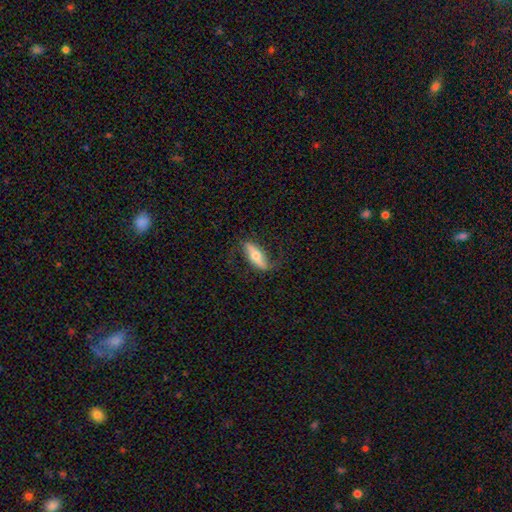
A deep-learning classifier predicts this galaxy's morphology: type=featured or disk (53%); edge-on=no (54%); merging=none (75%).